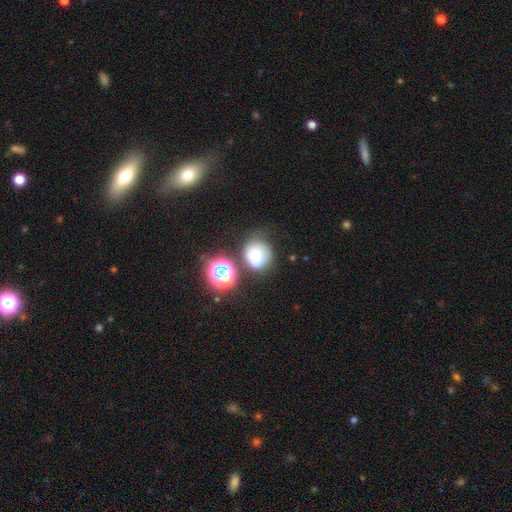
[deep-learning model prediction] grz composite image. It shows a smooth galaxy with no disk features (64%) that is round (80%). Merging: none (53%).